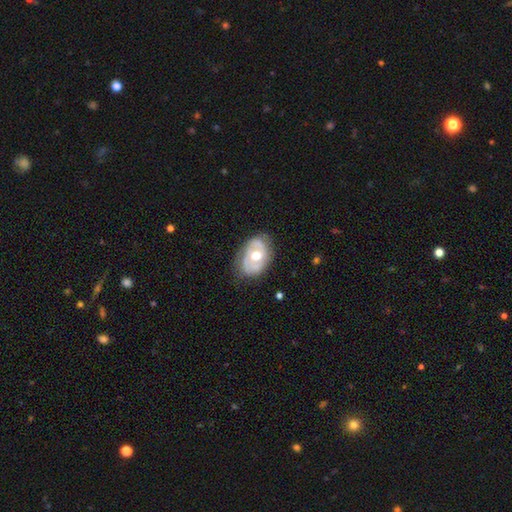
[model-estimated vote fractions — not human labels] featured or disk 63%, smooth 32%, star or artifact 6%. Down the decision tree: edge-on disk — no (94%); bar — no (74%); spiral arms — yes (52%); bulge size — moderate (73%); merging — none (68%).